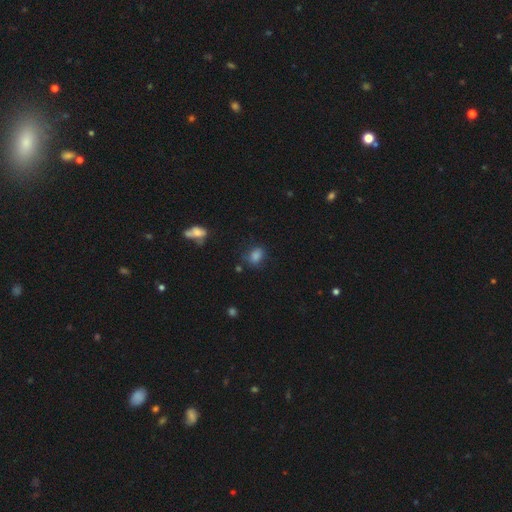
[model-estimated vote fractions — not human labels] Smooth or featured: smooth — 80% (star or artifact — 12%)
How rounded: in between — 70% (round — 28%)
Merging: none — 64% (minor disturbance — 23%)